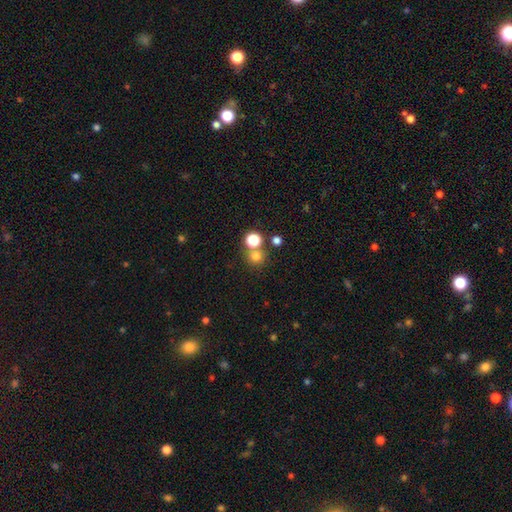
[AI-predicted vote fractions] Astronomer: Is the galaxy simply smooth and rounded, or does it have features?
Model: smooth — 73%.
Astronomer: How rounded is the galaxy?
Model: round — 90%.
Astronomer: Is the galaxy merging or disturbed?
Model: none — 66%.